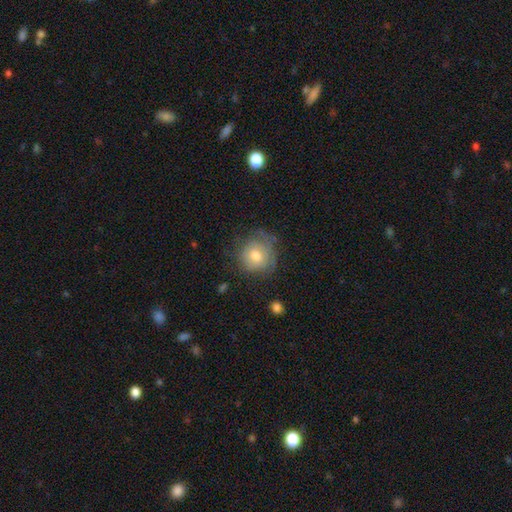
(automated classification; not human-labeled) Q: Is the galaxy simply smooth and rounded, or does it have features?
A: smooth — 65%.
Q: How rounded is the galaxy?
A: round — 85%.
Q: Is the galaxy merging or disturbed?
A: none — 61%.